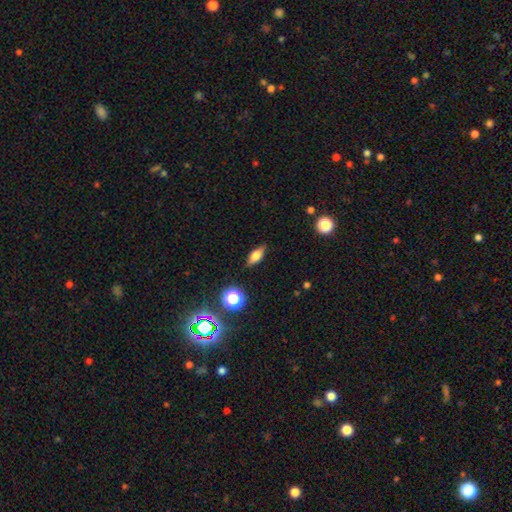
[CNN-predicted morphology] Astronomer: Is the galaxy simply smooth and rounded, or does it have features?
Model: smooth — 63%.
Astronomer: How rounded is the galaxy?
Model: in between — 69%.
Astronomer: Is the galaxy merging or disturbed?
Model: none — 85%.